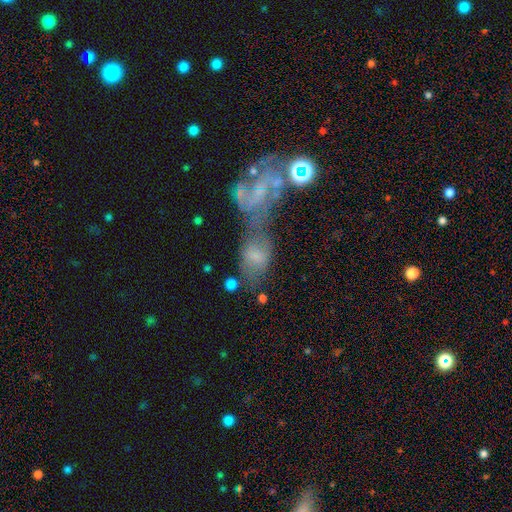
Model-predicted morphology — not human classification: smooth_or_featured: smooth (p=0.44) [alt: featured or disk p=0.41]
merging: merger (p=0.60) [alt: none p=0.17]